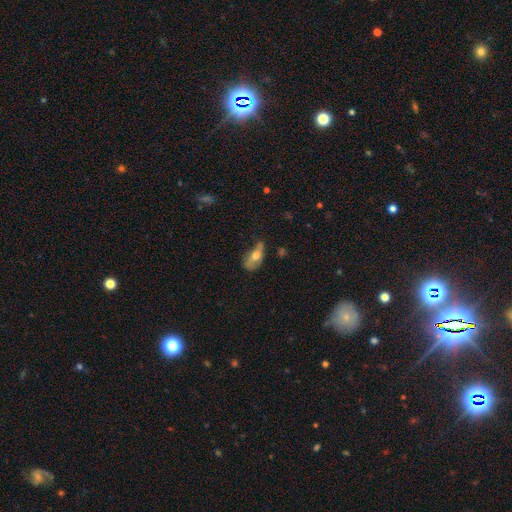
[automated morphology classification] Smooth or featured? smooth (58%)
How rounded? in between (82%)
Merging? minor disturbance (36%)